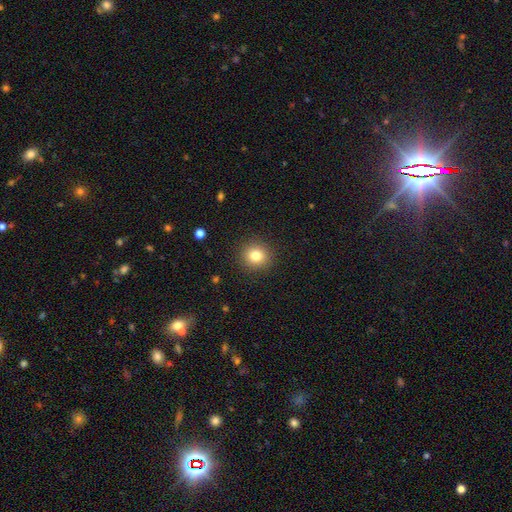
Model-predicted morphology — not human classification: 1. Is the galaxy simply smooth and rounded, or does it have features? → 81% smooth, 12% star or artifact, 8% featured or disk.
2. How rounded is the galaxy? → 89% round, 10% in between, 1% cigar-shaped.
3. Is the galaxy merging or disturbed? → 91% none, 6% minor disturbance, 2% major disturbance, 1% merger.